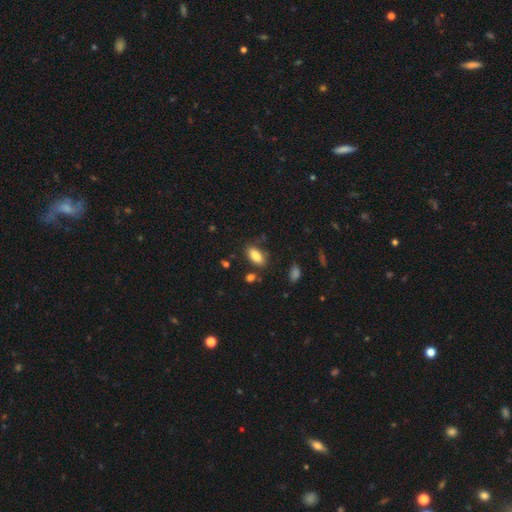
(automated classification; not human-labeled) A smooth galaxy with no disk features (86%) that is in between round and cigar-shaped (89%).

Vote fractions:
- Smooth or featured? smooth: 86% / star or artifact: 8% / featured or disk: 6%
- How rounded? in between: 89% / cigar-shaped: 8% / round: 3%
- Merging? none: 79% / minor disturbance: 14% / major disturbance: 4% / merger: 4%